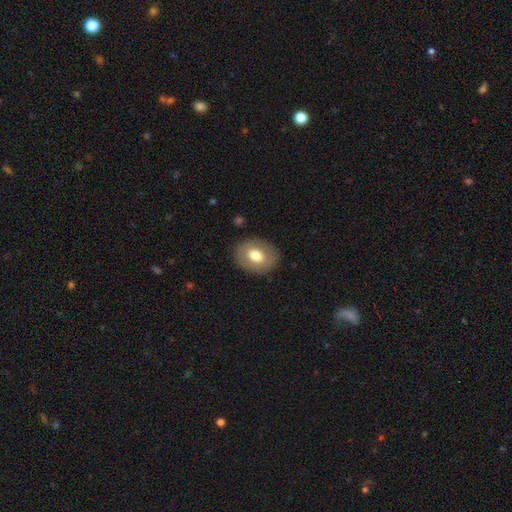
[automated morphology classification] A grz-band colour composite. It shows a smooth galaxy with no disk features (68%) that is in between round and cigar-shaped (60%). Merging: none (86%).